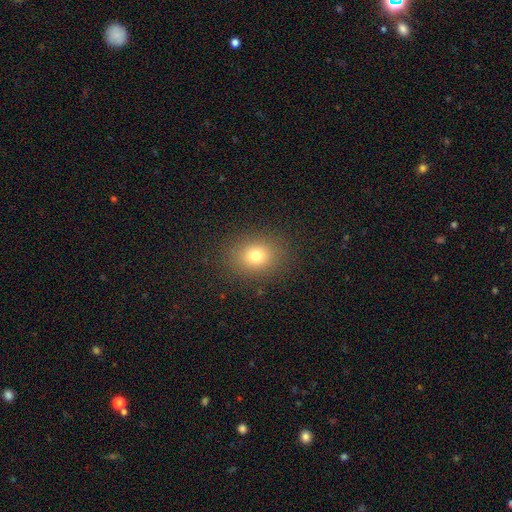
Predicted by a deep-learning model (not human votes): smooth_or_featured: smooth (p=0.76) [alt: star or artifact p=0.14]
how_rounded: round (p=0.52) [alt: in between p=0.47]
merging: none (p=0.88) [alt: minor disturbance p=0.08]